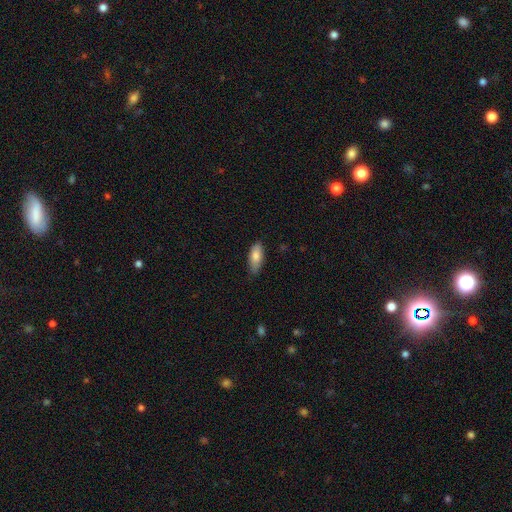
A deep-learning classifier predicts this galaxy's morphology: Q: Smooth or featured?
A: smooth (79%); runner-up: featured or disk (14%)
Q: How rounded?
A: in between (82%); runner-up: cigar-shaped (16%)
Q: Merging?
A: none (76%); runner-up: minor disturbance (20%)